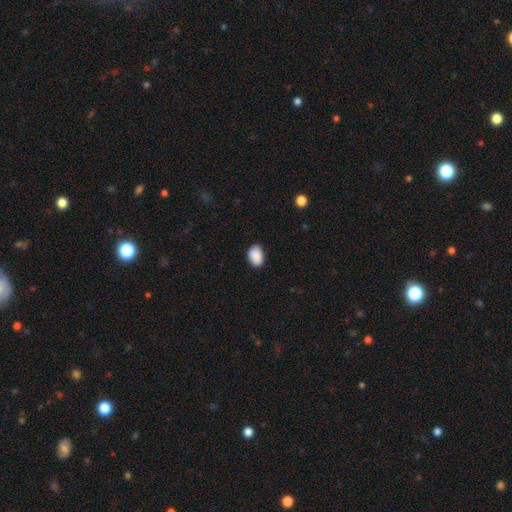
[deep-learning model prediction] Smooth or featured? Predicted: smooth (p=0.90). How rounded? Predicted: in between (p=0.84). Merging? Predicted: none (p=0.82).